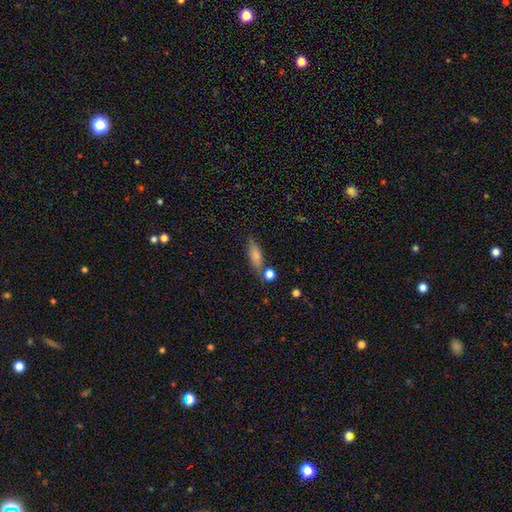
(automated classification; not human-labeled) This is likely a smooth galaxy (78%). How rounded: possibly in between (52%). Merging: likely none (65%).